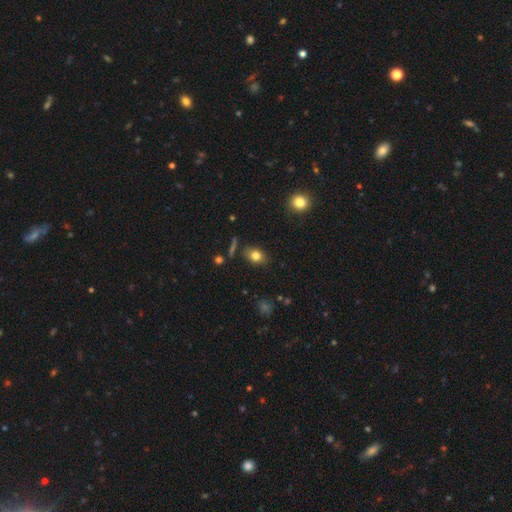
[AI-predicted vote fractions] Smooth or featured? smooth (79%)
How rounded? in between (69%)
Merging? none (82%)